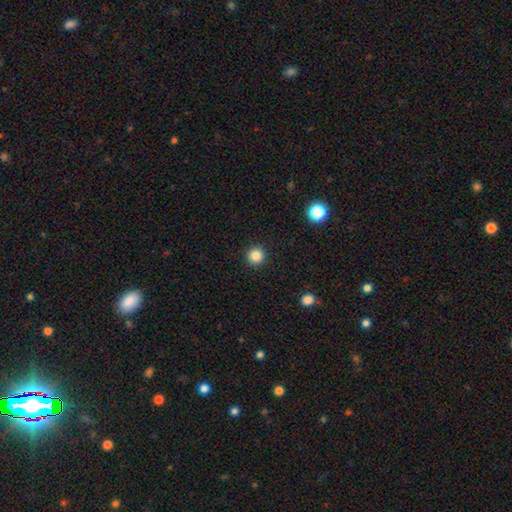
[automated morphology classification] smooth 85%, star or artifact 11%, featured or disk 4%. Down the decision tree: how rounded — round (95%); merging — none (93%).